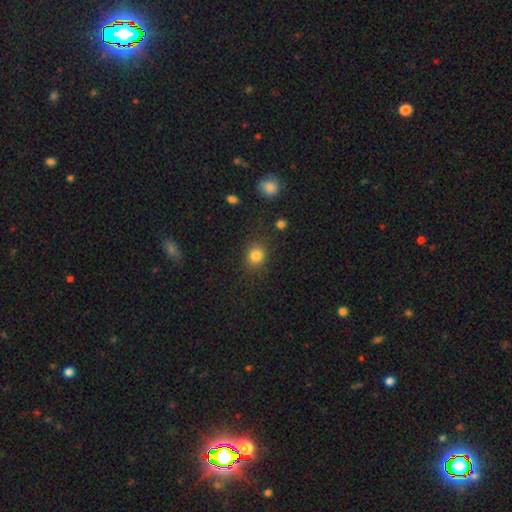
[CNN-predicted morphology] A smooth galaxy with no disk features (84%) that is round (77%). Merging: none (84%).